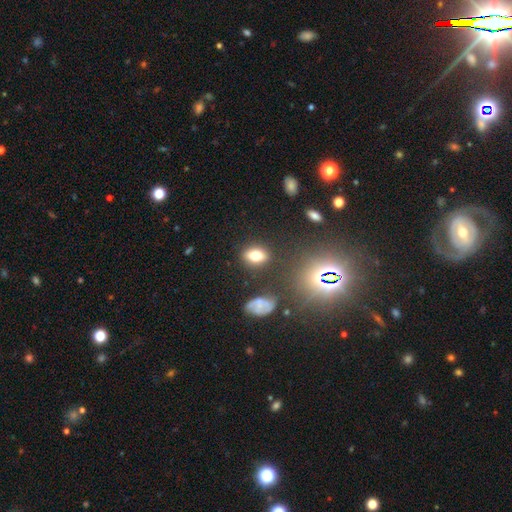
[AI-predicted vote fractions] This appears to be a smooth galaxy with no disk features (70%) that is in between round and cigar-shaped (76%). Merging: none (82%).